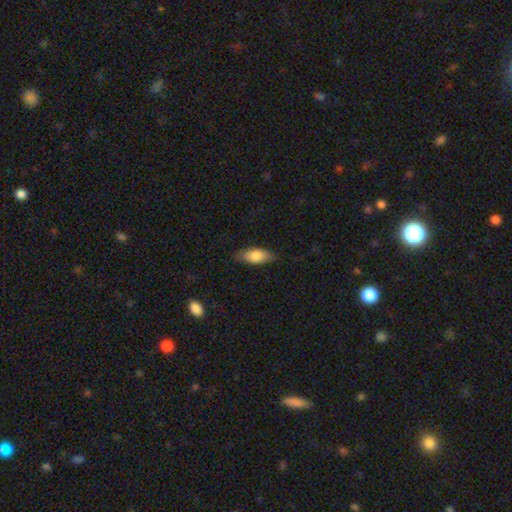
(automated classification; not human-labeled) Smooth or featured: smooth — 80% (featured or disk — 14%)
How rounded: in between — 82% (cigar-shaped — 16%)
Merging: none — 82% (minor disturbance — 14%)